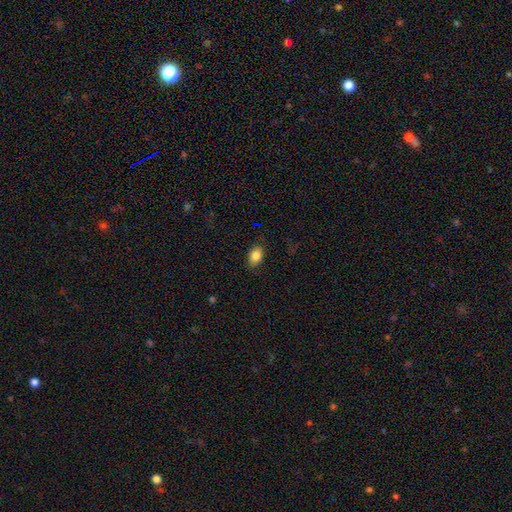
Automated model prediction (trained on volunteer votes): Overall: smooth (85%). How rounded: in between (83%). Merging: none (84%).